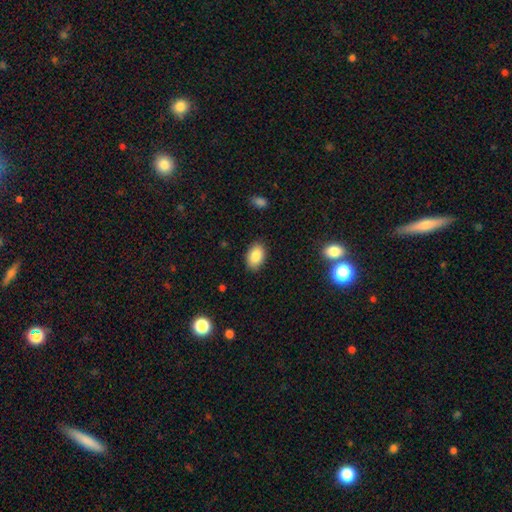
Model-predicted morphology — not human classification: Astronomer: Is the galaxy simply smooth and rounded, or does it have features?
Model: smooth — 86%.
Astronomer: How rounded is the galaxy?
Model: in between — 89%.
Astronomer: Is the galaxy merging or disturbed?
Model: none — 86%.